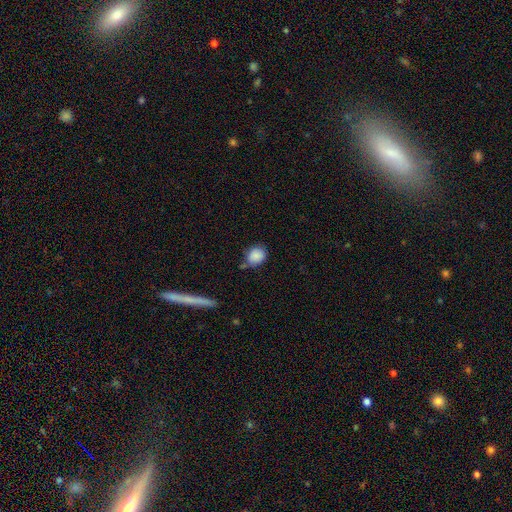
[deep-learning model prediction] Smooth or featured? Predicted: smooth (p=0.86). How rounded? Predicted: round (p=0.64). Merging? Predicted: none (p=0.59).